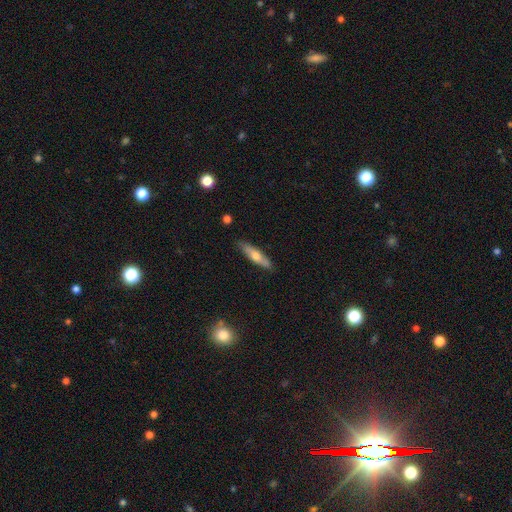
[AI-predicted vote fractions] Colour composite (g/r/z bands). It shows a smooth galaxy with no disk features (57%) that is cigar-shaped (75%). Merging: none (84%).